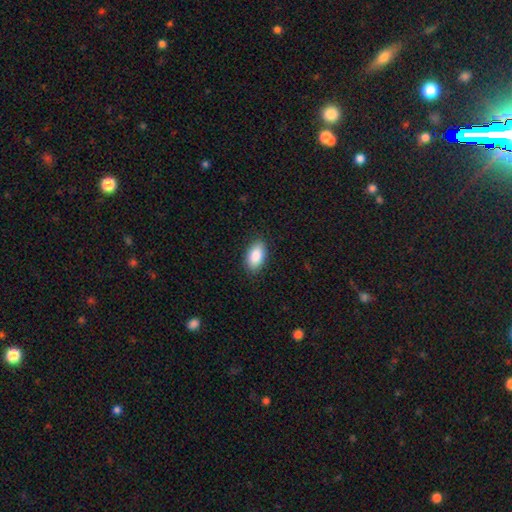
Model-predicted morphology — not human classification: Smooth or featured: smooth — 88% (star or artifact — 6%)
How rounded: in between — 94% (round — 4%)
Merging: none — 88% (minor disturbance — 9%)